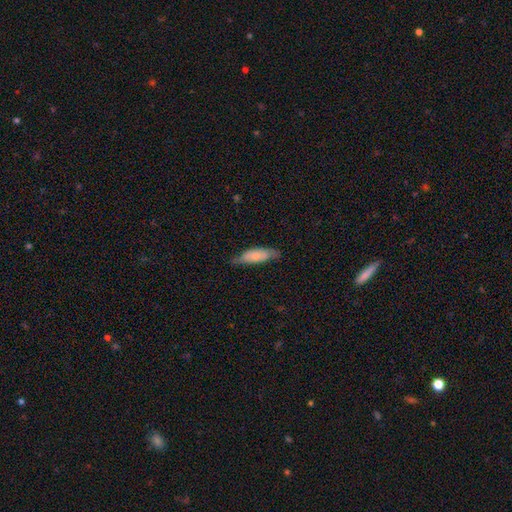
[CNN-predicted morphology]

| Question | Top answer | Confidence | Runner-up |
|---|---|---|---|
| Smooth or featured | smooth | 67% | featured or disk (27%) |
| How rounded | in between | 55% | cigar-shaped (43%) |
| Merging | none | 68% | minor disturbance (25%) |